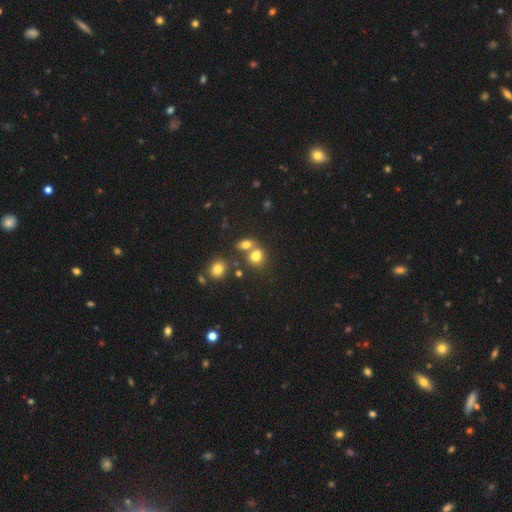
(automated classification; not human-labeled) Overall: smooth (76%). How rounded: round (56%; in between 42%). Merging: none (45%; merger 41%).